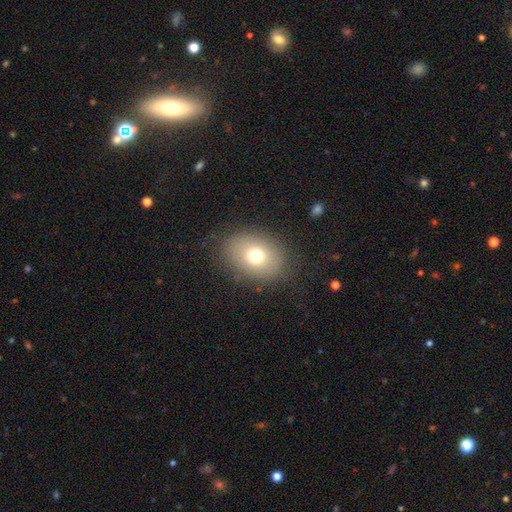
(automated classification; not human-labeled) Morphology: type=smooth (72%); roundness=in between (62%); merging=none (84%).